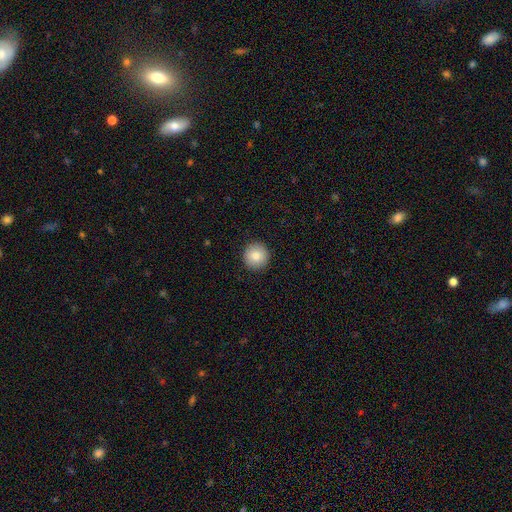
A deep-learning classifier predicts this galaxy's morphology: A smooth galaxy with no disk features (83%) that is round (96%). Merging: none (93%).